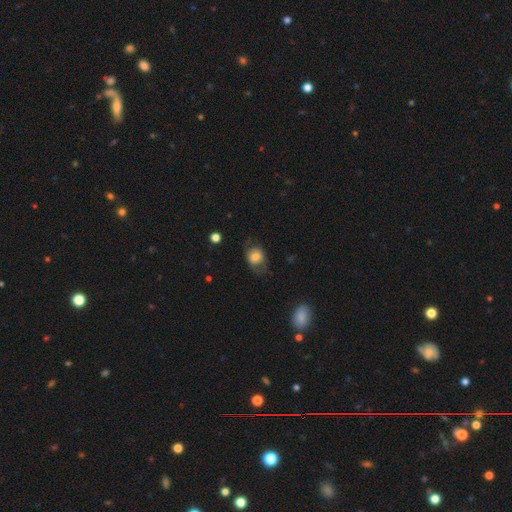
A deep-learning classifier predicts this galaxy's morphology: Smooth or featured? Predicted: smooth (p=0.72). How rounded? Predicted: round (p=0.51). Merging? Predicted: none (p=0.58).